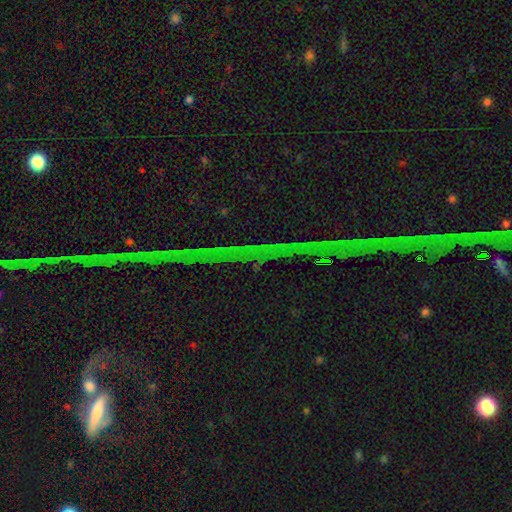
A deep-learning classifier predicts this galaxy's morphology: Smooth or featured: star or artifact — 79% (featured or disk — 12%)